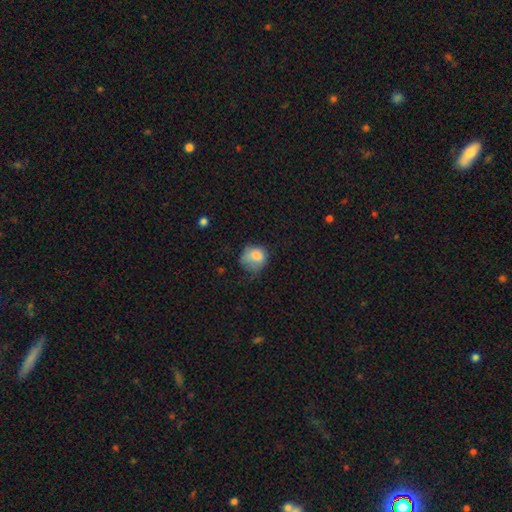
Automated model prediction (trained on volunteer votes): A smooth galaxy with no disk features (80%) that is round (66%).

Vote fractions:
- Smooth or featured? smooth: 80% / featured or disk: 11% / star or artifact: 9%
- How rounded? round: 66% / in between: 33% / cigar-shaped: 1%
- Merging? none: 38% / minor disturbance: 36% / major disturbance: 23% / merger: 3%